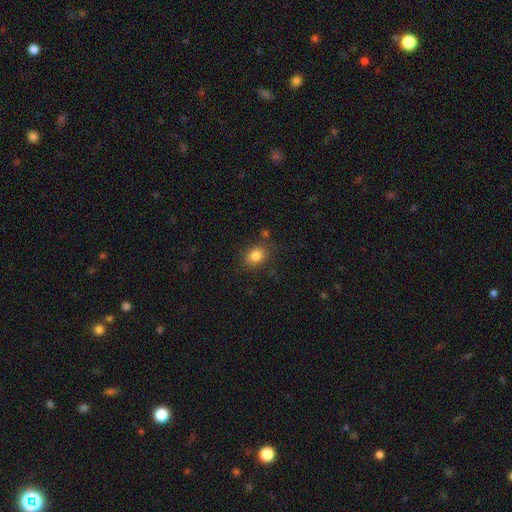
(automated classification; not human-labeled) This is clearly a smooth galaxy (83%). How rounded: possibly in between (57%). Merging: clearly none (81%).